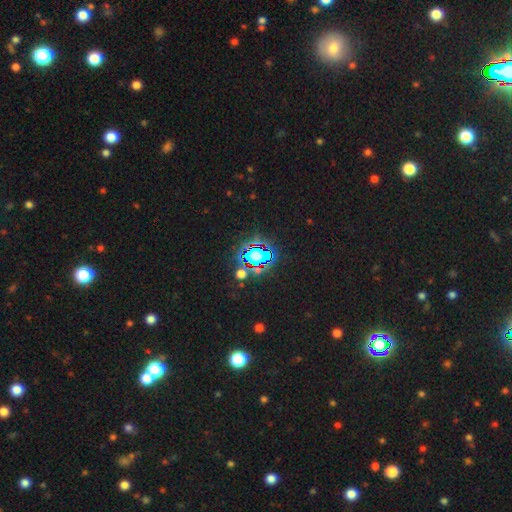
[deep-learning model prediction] This is likely a star or artifact rather than a galaxy (63%).